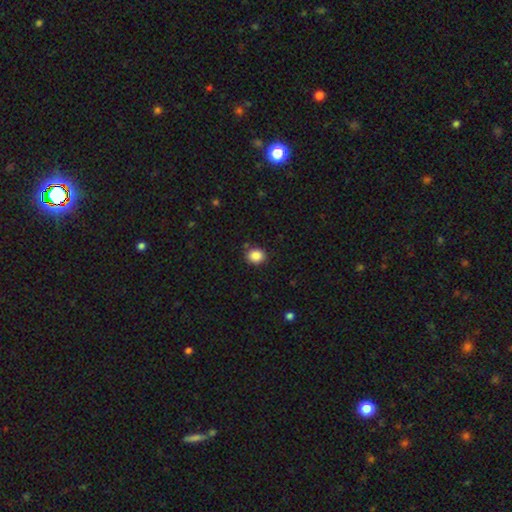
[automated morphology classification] This appears to be a smooth galaxy with no disk features (88%) that is round (61%). Merging: none (85%).